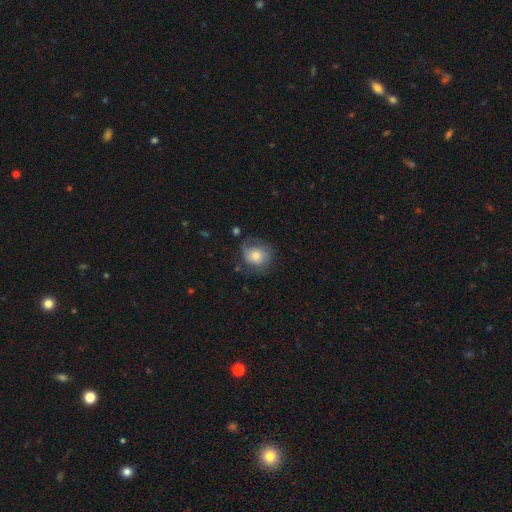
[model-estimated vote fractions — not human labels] Q: Smooth or featured?
A: smooth (58%); runner-up: featured or disk (34%)
Q: How rounded?
A: round (75%); runner-up: in between (24%)
Q: Merging?
A: none (61%); runner-up: minor disturbance (24%)